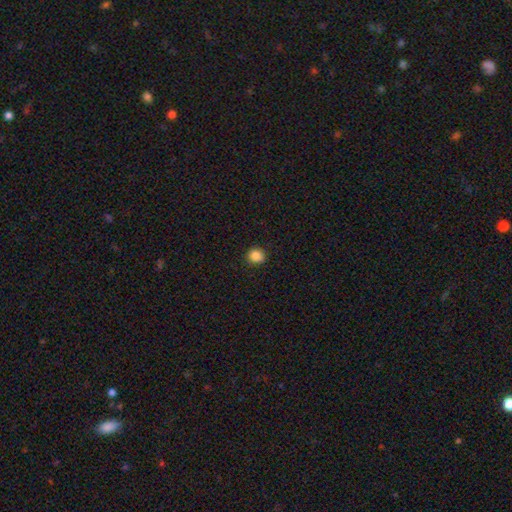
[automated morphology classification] Smooth or featured? Predicted: smooth (p=0.85). How rounded? Predicted: round (p=0.87). Merging? Predicted: none (p=0.89).